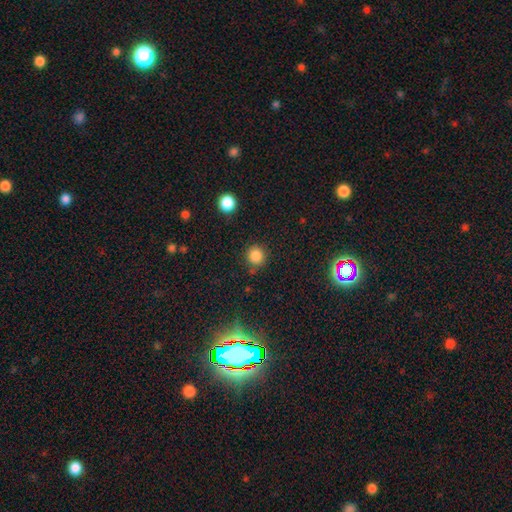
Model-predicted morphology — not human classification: smooth_or_featured: smooth (p=0.83) [alt: star or artifact p=0.13]
how_rounded: round (p=0.91) [alt: in between p=0.08]
merging: none (p=0.83) [alt: minor disturbance p=0.10]